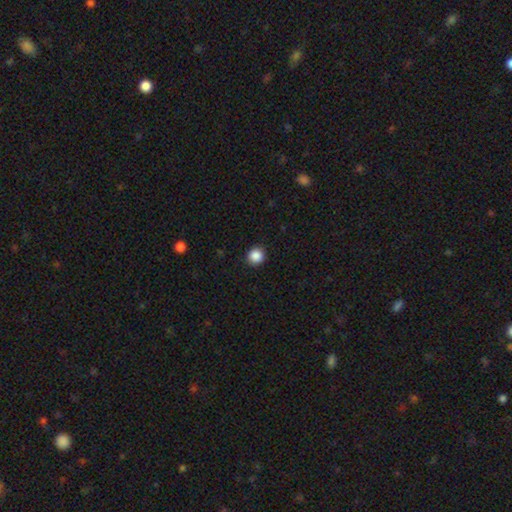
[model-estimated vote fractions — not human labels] This is clearly a smooth galaxy (88%). How rounded: clearly round (92%). Merging: clearly none (91%).